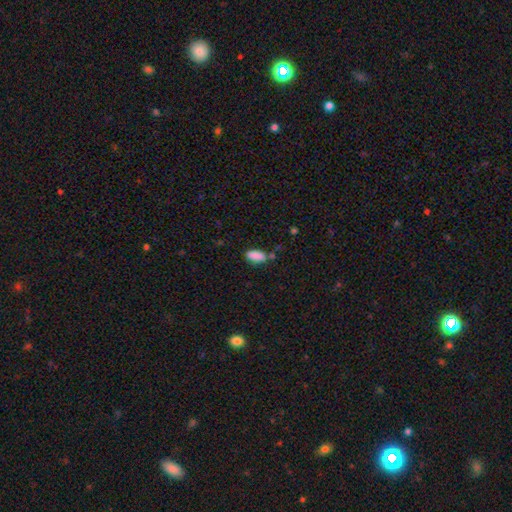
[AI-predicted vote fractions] Smooth or featured: smooth — 88% (star or artifact — 8%)
How rounded: in between — 86% (cigar-shaped — 12%)
Merging: none — 71% (minor disturbance — 16%)